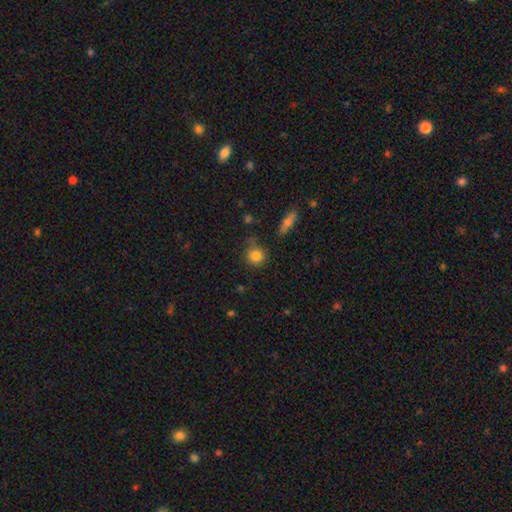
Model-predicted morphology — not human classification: Overall: smooth (83%). How rounded: round (87%). Merging: none (73%).